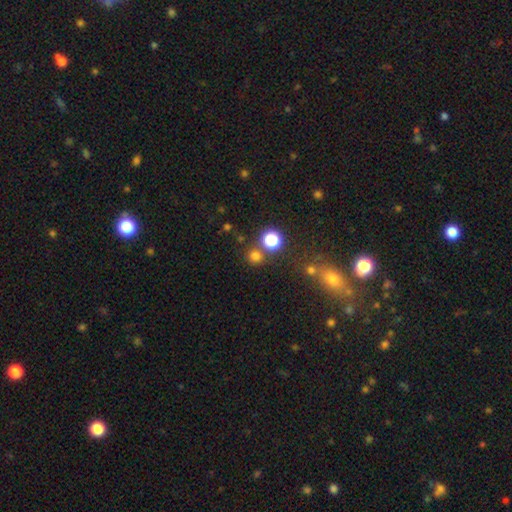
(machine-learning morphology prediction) Smooth or featured? Predicted: smooth (p=0.72). How rounded? Predicted: round (p=0.92). Merging? Predicted: none (p=0.78).